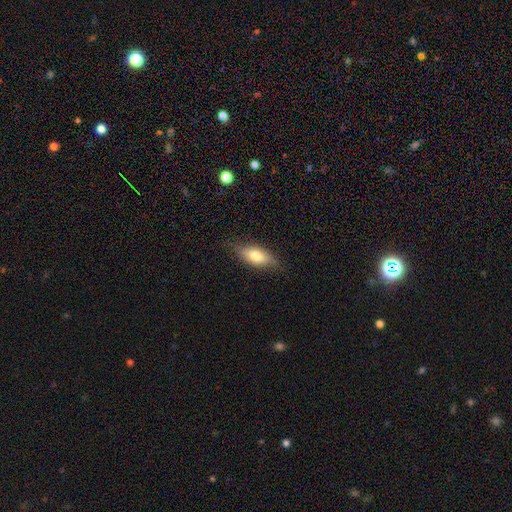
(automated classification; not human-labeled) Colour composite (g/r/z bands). It shows a smooth galaxy with no disk features (70%) that is in between round and cigar-shaped (77%). Merging: none (76%).